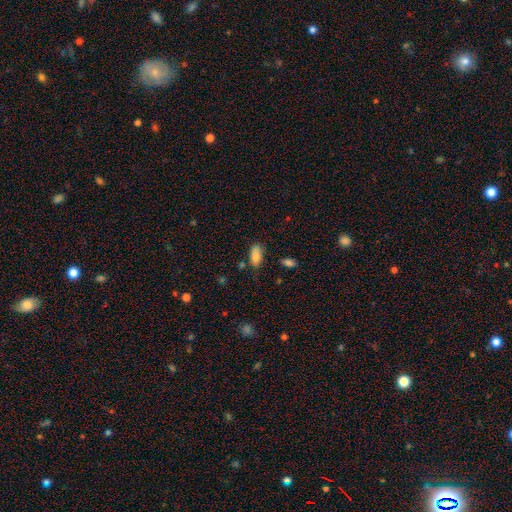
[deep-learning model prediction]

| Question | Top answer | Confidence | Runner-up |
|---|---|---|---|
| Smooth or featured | smooth | 86% | star or artifact (8%) |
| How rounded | in between | 88% | cigar-shaped (10%) |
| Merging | none | 71% | minor disturbance (21%) |